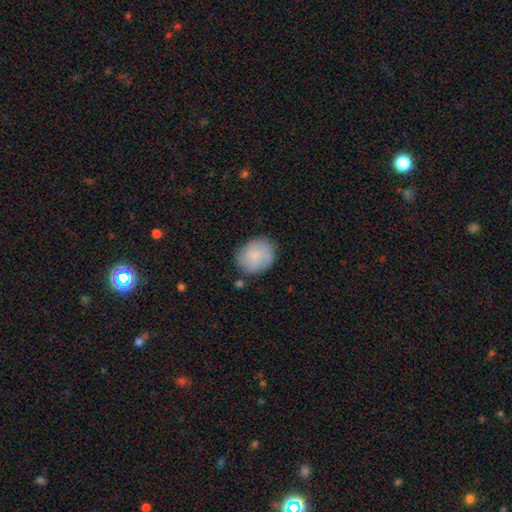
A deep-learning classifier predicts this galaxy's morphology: Smooth or featured? smooth (66%)
How rounded? round (64%)
Merging? none (75%)